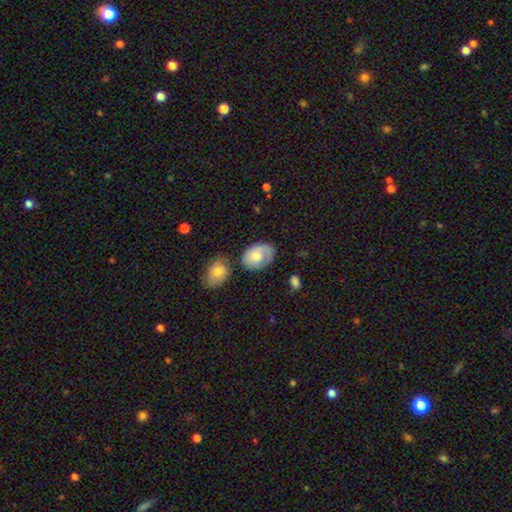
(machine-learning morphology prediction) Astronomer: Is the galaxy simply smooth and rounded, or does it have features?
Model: smooth — 54% (runner-up: featured or disk, 39%).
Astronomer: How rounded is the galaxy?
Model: in between — 76%.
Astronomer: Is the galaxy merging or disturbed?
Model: none — 51%.